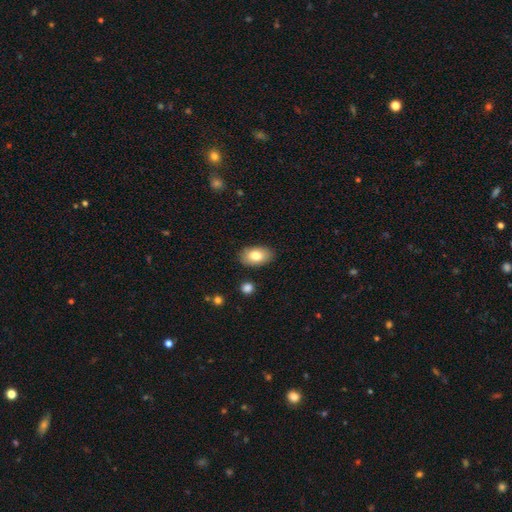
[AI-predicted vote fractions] A smooth galaxy with no disk features (80%) that is in between round and cigar-shaped (91%).

Vote fractions:
- Smooth or featured? smooth: 80% / featured or disk: 13% / star or artifact: 7%
- How rounded? in between: 91% / round: 7% / cigar-shaped: 2%
- Merging? none: 86% / minor disturbance: 10% / major disturbance: 2% / merger: 2%